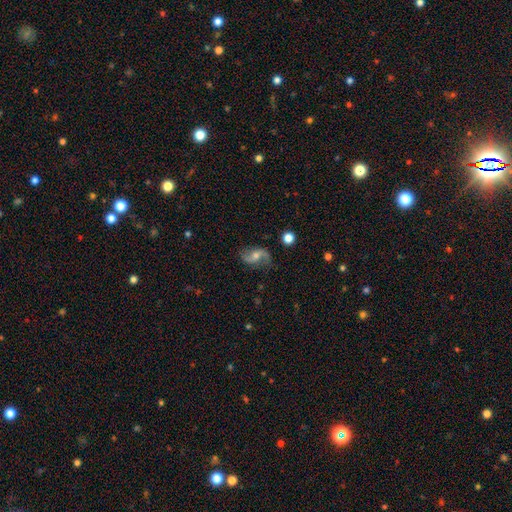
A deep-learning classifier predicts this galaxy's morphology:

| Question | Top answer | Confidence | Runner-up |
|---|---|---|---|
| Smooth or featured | featured or disk | 80% | smooth (12%) |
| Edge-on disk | no | 97% | yes (3%) |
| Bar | no | 52% | weak (37%) |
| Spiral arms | yes | 95% | no (5%) |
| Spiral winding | loose | 68% | medium (25%) |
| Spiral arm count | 2 | 92% | can't tell (3%) |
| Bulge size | moderate | 56% | small (36%) |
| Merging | none | 78% | minor disturbance (15%) |